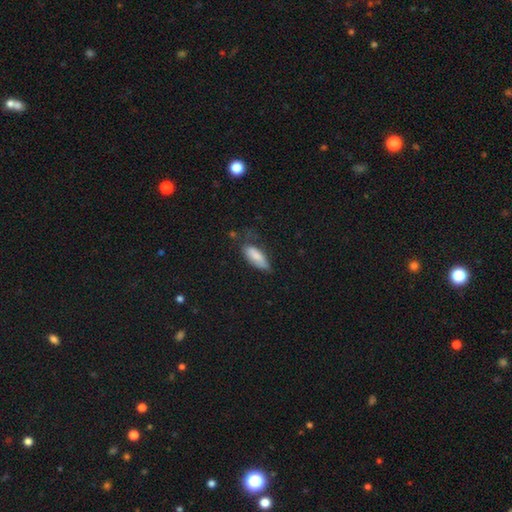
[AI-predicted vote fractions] Overall: smooth (77%). How rounded: in between (75%). Merging: none (46%; minor disturbance 36%).